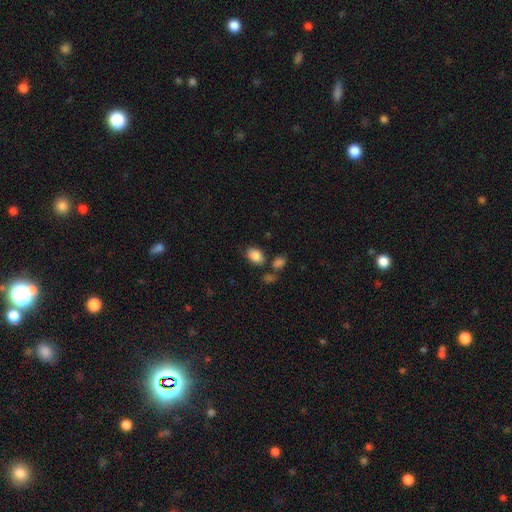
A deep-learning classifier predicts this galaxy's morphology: The model was most divided on "merging": none: 67%, minor disturbance: 15%, merger: 13%, major disturbance: 5%. More confident: smooth or featured — smooth (86%); how rounded — in between (83%).